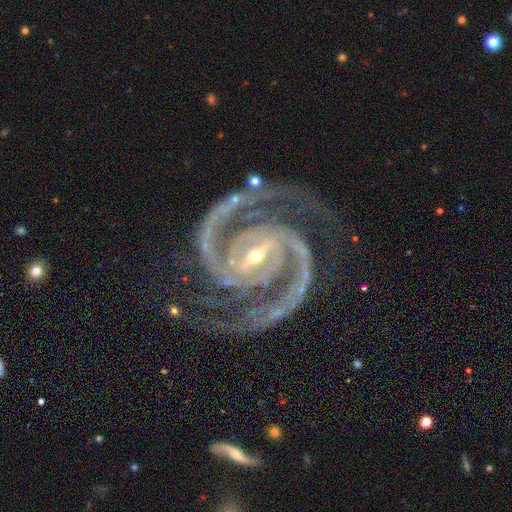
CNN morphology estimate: smooth-or-featured: featured or disk: 94% | star or artifact: 5% | smooth: 2%
  disk-edge-on: no: 98% | yes: 2%
    bar: strong: 55% | weak: 30% | no: 15%
    has-spiral-arms: yes: 99% | no: 1%
      spiral-winding: tight: 53% | medium: 43% | loose: 4%
      spiral-arm-count: 2: 92% | 3: 3% | can't tell: 1% | 4: 1% | 1: 1% | more than 4: 1%
    bulge-size: small: 68% | moderate: 29% | large: 1% | none: 1% | dominant: 1%
  merging: none: 78% | minor disturbance: 14% | major disturbance: 6% | merger: 2%